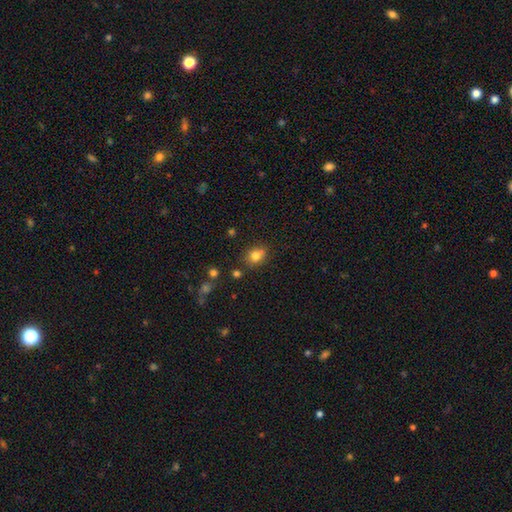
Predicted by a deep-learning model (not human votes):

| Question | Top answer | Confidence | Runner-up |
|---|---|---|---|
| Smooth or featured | smooth | 79% | star or artifact (12%) |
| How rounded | round | 50% | in between (49%) |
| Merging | none | 64% | minor disturbance (19%) |